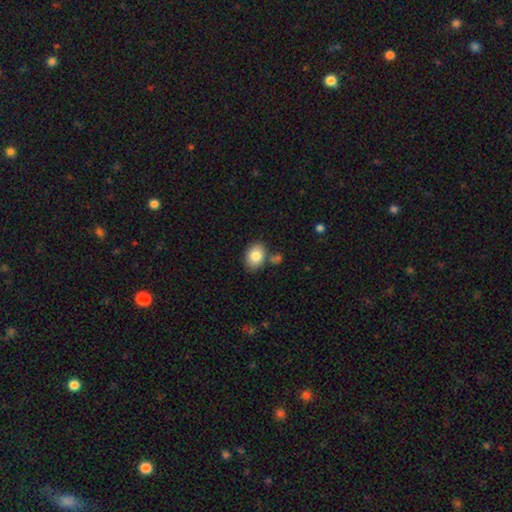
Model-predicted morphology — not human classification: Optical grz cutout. It shows a smooth galaxy with no disk features (83%) that is in between round and cigar-shaped (76%). Merging: none (73%).